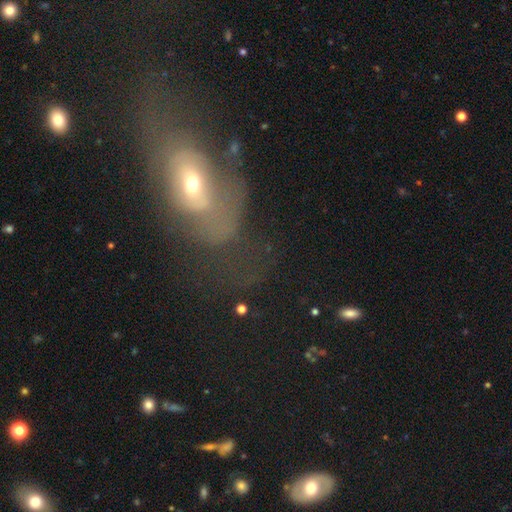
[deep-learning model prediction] Smooth or featured? featured or disk (48%)
Merging? major disturbance (38%)